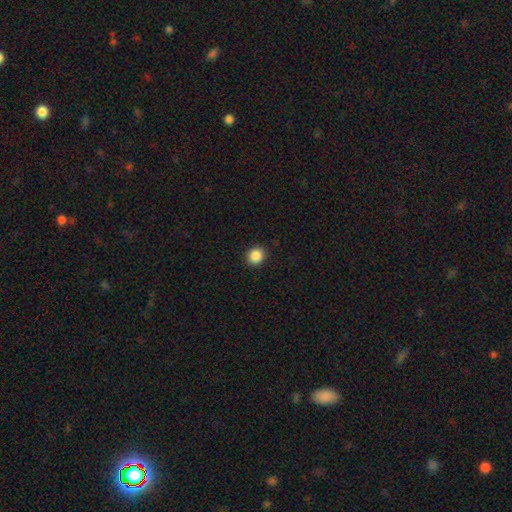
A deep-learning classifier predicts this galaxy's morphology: Q: Smooth or featured?
A: smooth (88%); runner-up: star or artifact (9%)
Q: How rounded?
A: round (81%); runner-up: in between (18%)
Q: Merging?
A: none (91%); runner-up: minor disturbance (6%)